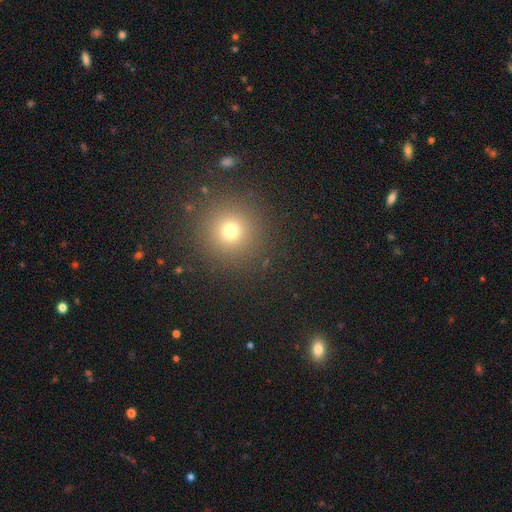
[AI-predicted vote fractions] Smooth or featured?
  - smooth: 62% *
  - star or artifact: 32%
  - featured or disk: 7%
How rounded?
  - round: 95% *
  - in between: 4%
  - cigar-shaped: 1%
Merging?
  - none: 91% *
  - minor disturbance: 5%
  - major disturbance: 2%
  - merger: 2%